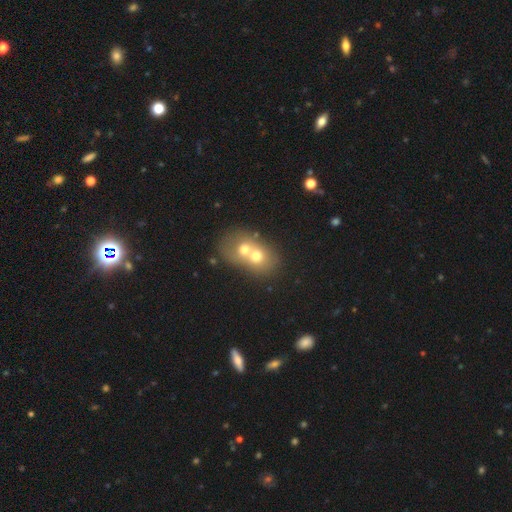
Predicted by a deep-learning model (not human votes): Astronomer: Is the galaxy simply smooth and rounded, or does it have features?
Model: smooth — 58%.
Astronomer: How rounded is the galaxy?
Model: round — 55% (runner-up: in between, 44%).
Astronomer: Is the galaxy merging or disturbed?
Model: merger — 77%.